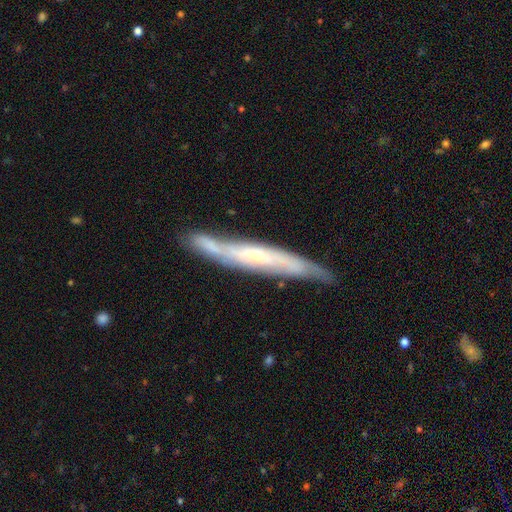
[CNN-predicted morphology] Overall: featured or disk (69%). Edge-on disk: yes (73%). Edge-on bulge: none (54%; rounded 39%). Merging: none (72%).